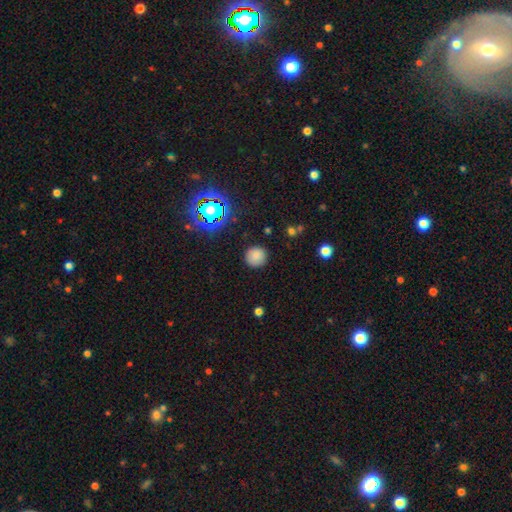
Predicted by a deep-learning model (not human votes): Smooth or featured: smooth — 80% (star or artifact — 14%)
How rounded: round — 93% (in between — 6%)
Merging: none — 88% (minor disturbance — 8%)